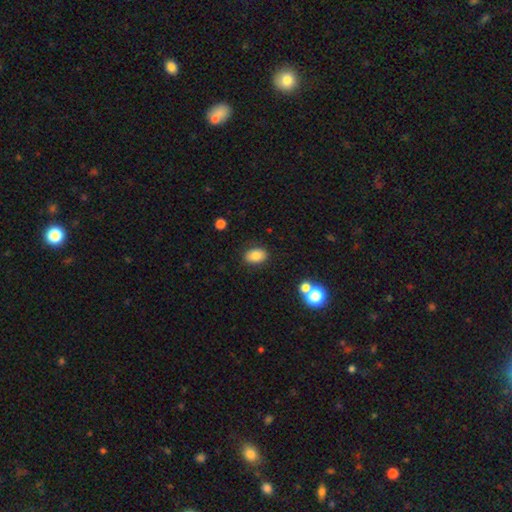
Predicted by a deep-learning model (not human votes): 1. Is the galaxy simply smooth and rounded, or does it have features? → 82% smooth, 10% star or artifact, 8% featured or disk.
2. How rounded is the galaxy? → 84% in between, 15% round, 1% cigar-shaped.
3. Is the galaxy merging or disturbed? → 85% none, 10% minor disturbance, 3% major disturbance, 2% merger.